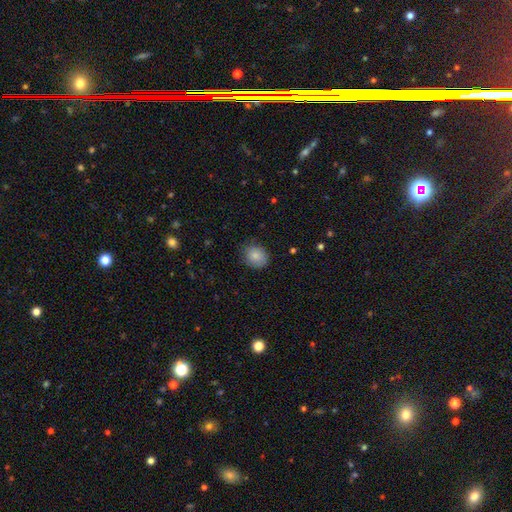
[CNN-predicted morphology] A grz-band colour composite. It shows a smooth galaxy with no disk features (83%) that is round (62%). Merging: none (76%).